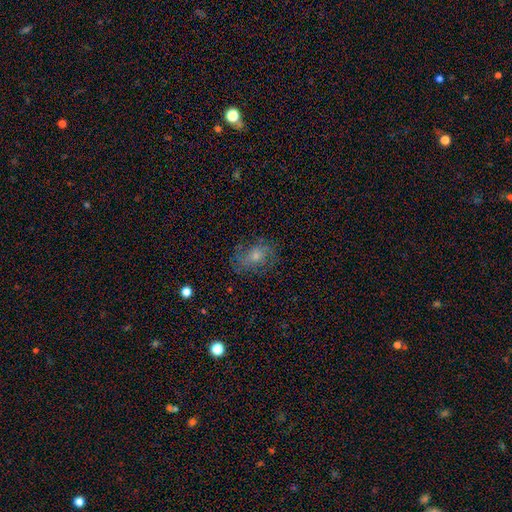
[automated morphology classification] This appears to be a featured or disk galaxy (49%). Merging: none (67%).